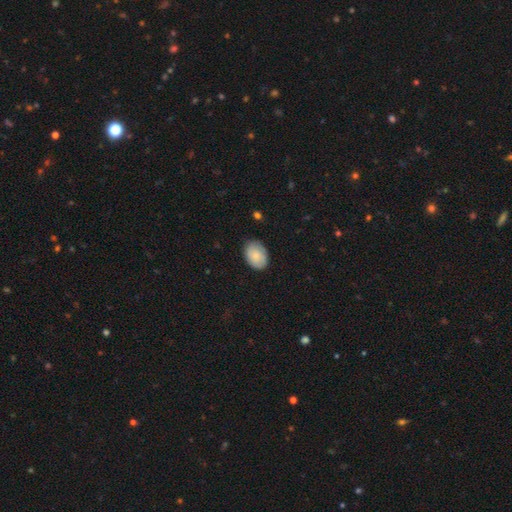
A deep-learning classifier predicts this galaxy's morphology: Smooth or featured? smooth (80%)
How rounded? in between (81%)
Merging? none (82%)